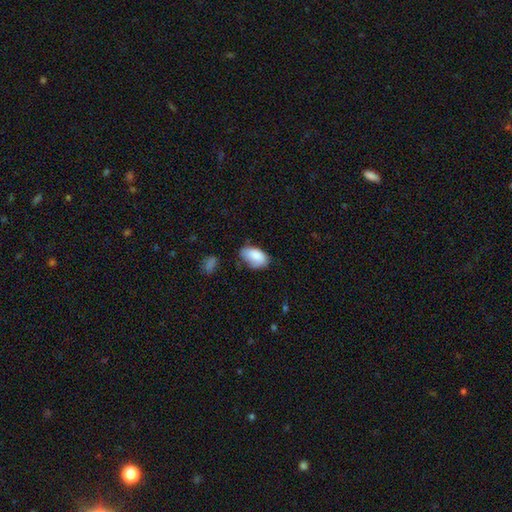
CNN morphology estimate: smooth 84%, featured or disk 10%, star or artifact 7%. Down the decision tree: how rounded — in between (93%); merging — none (52%).